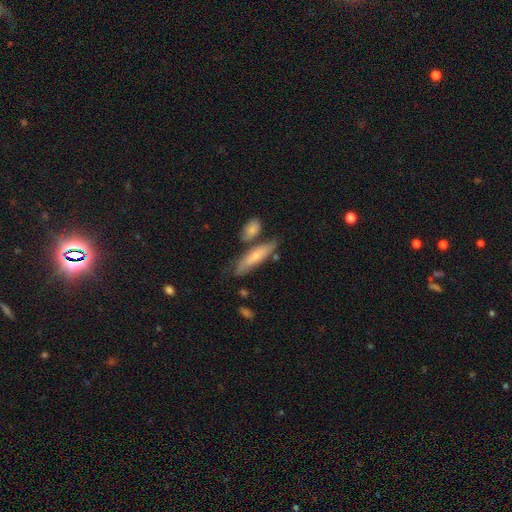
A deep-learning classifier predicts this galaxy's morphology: This appears to be a smooth galaxy with no disk features (59%) that is cigar-shaped (65%). Merging: none (60%).